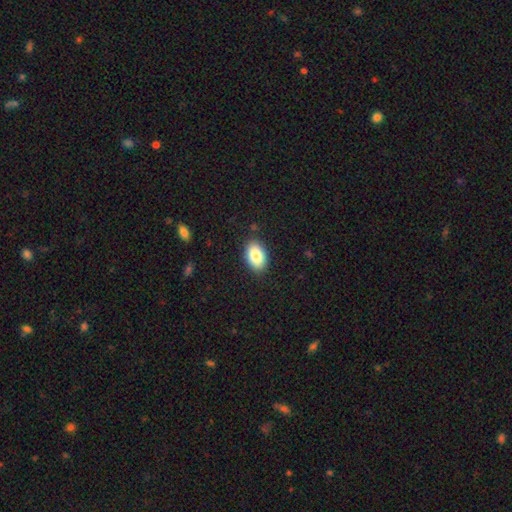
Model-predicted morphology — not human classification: Q: Smooth or featured?
A: smooth (86%); runner-up: star or artifact (7%)
Q: How rounded?
A: in between (91%); runner-up: round (8%)
Q: Merging?
A: none (87%); runner-up: minor disturbance (9%)